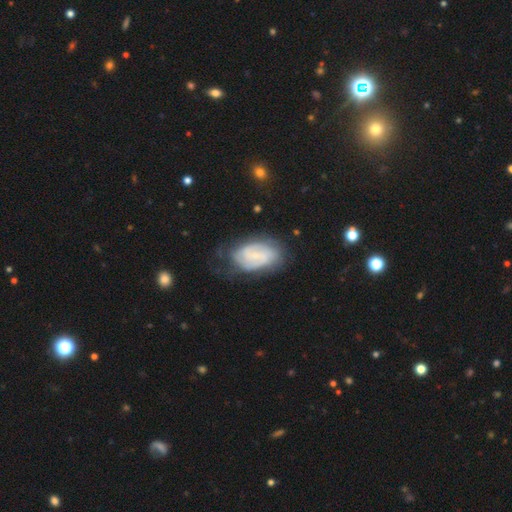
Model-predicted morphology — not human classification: smooth-or-featured: featured or disk: 71% | smooth: 22% | star or artifact: 7%
  disk-edge-on: no: 97% | yes: 3%
    bar: no: 45% | weak: 44% | strong: 11%
    has-spiral-arms: yes: 89% | no: 11%
      spiral-winding: tight: 54% | medium: 34% | loose: 12%
      spiral-arm-count: 2: 44% | can't tell: 35% | 3: 11% | 4: 4% | 1: 4% | more than 4: 3%
    bulge-size: small: 70% | moderate: 16% | none: 12% | large: 1% | dominant: 1%
  merging: none: 61% | minor disturbance: 25% | major disturbance: 11% | merger: 2%